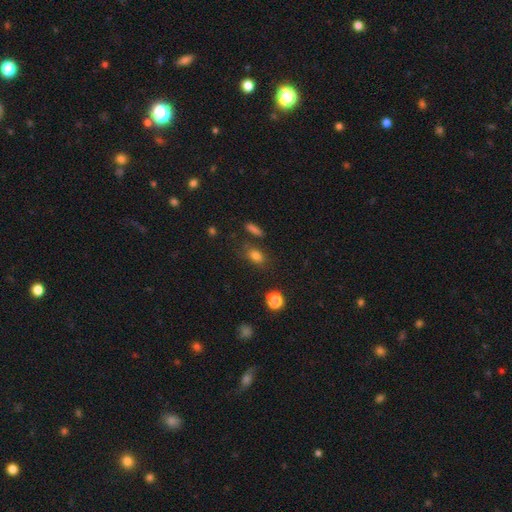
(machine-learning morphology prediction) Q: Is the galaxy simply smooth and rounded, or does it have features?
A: smooth — 78%.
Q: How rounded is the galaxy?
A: in between — 72%.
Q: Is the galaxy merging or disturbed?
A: none — 71%.